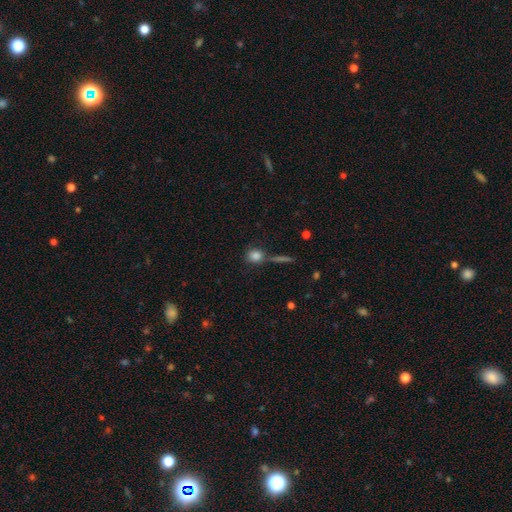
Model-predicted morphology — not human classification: Overall: smooth (82%). How rounded: round (75%). Merging: none (66%).